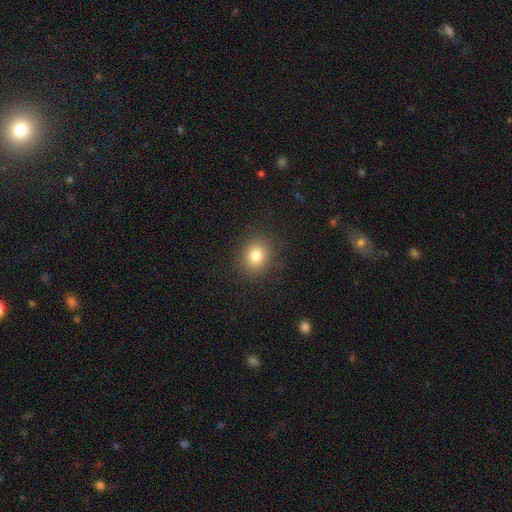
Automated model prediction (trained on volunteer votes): A smooth galaxy with no disk features (81%) that is round (71%). Merging: none (88%).